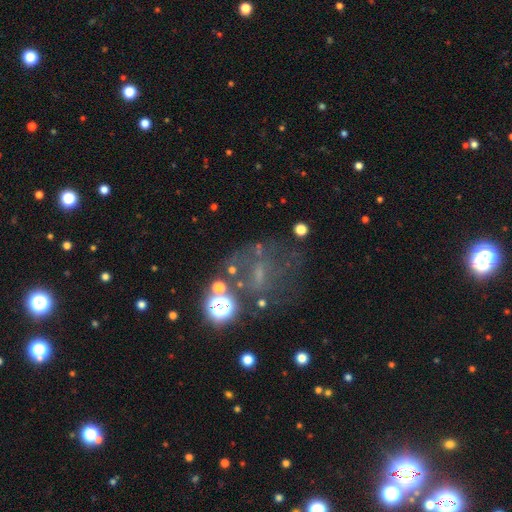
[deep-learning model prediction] The model was most divided on "smooth or featured": star or artifact: 44%, featured or disk: 36%, smooth: 21%.